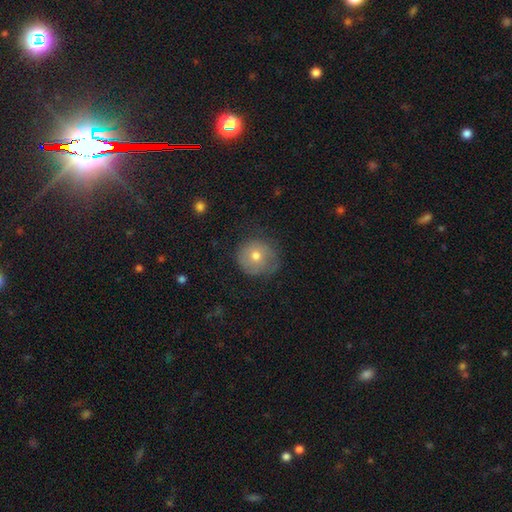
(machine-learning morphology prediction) A smooth galaxy with no disk features (66%) that is round (89%). Merging: none (66%).